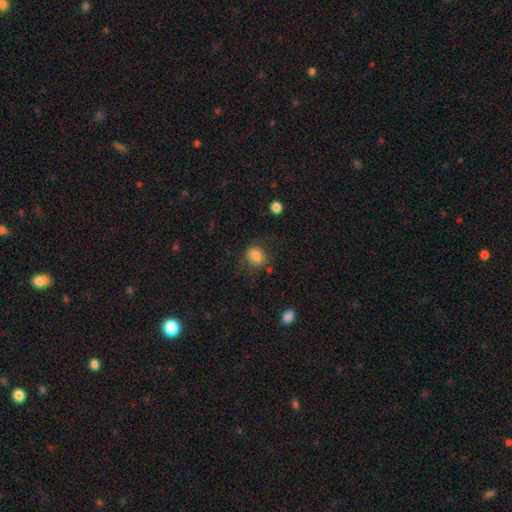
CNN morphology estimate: Overall: smooth (80%). How rounded: in between (54%; round 45%). Merging: none (65%).